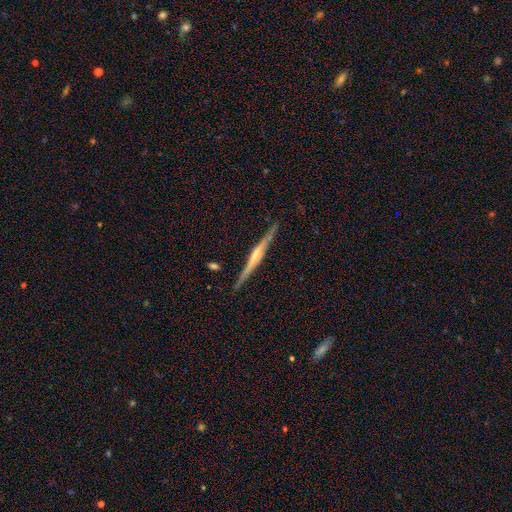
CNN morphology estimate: smooth_or_featured: featured or disk (p=0.80) [alt: smooth p=0.14]
disk_edge_on: yes (p=0.98) [alt: no p=0.02]
edge_on_bulge: rounded (p=0.75) [alt: none p=0.15]
merging: none (p=0.89) [alt: minor disturbance p=0.08]